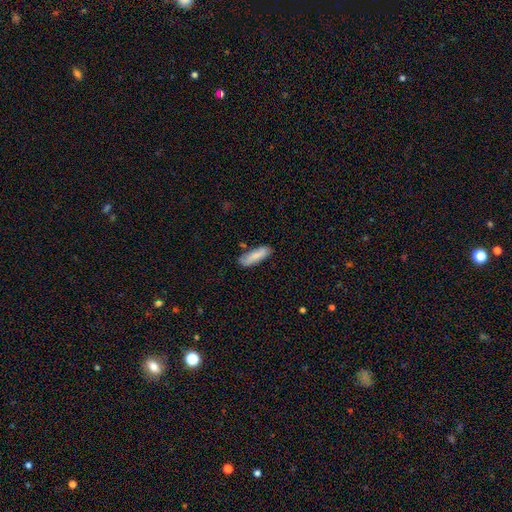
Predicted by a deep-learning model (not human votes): Overall: smooth (81%). How rounded: cigar-shaped (50%; in between 49%). Merging: none (76%).